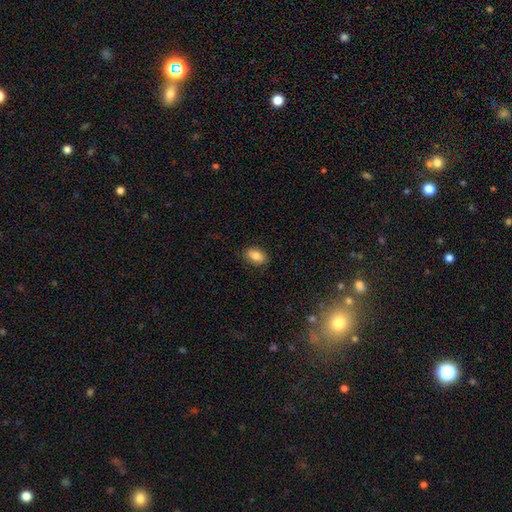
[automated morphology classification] The model was most divided on "merging": none: 86%, minor disturbance: 11%, major disturbance: 2%, merger: 1%. More confident: how rounded — in between (89%); smooth or featured — smooth (84%).